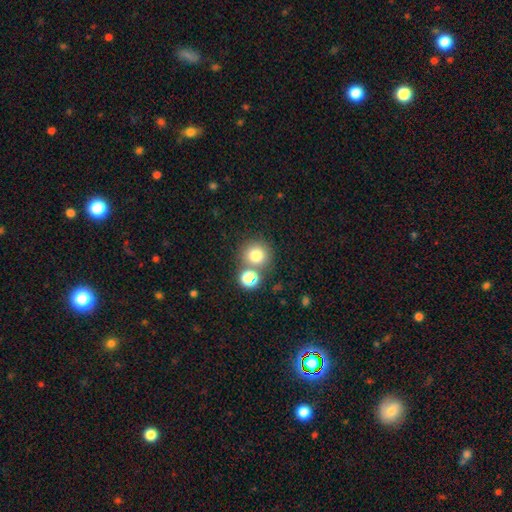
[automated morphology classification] Q: Smooth or featured?
A: smooth (77%); runner-up: star or artifact (15%)
Q: How rounded?
A: round (92%); runner-up: in between (7%)
Q: Merging?
A: none (68%); runner-up: merger (21%)